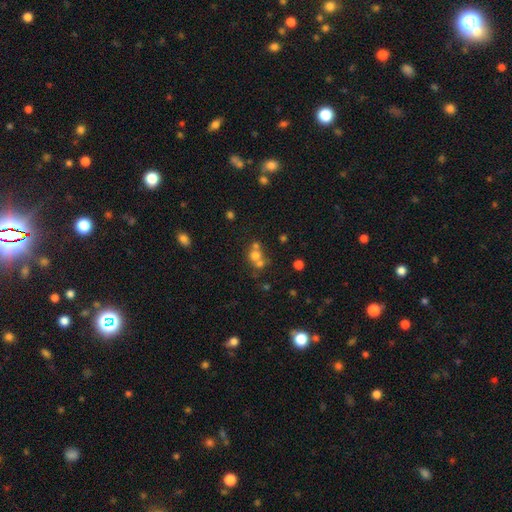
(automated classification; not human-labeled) Morphology: type=smooth (63%); roundness=round (79%); merging=merger (50%).